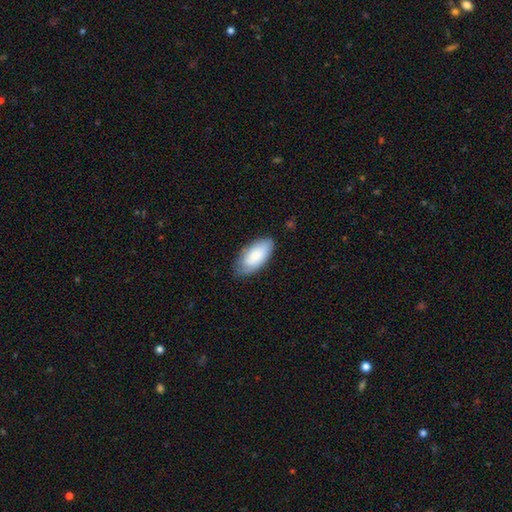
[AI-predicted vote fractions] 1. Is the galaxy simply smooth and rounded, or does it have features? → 81% smooth, 13% featured or disk, 6% star or artifact.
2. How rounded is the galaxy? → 93% in between, 5% cigar-shaped, 2% round.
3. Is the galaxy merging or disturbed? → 71% none, 24% minor disturbance, 4% major disturbance, 1% merger.